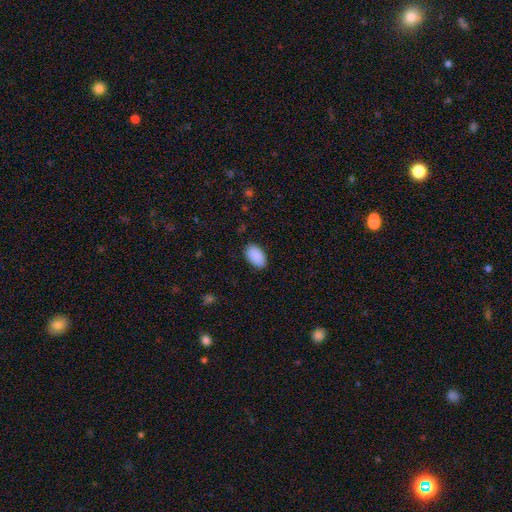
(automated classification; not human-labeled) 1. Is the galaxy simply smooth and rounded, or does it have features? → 91% smooth, 7% star or artifact, 3% featured or disk.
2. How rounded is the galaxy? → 94% in between, 5% round, 1% cigar-shaped.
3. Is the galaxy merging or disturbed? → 86% none, 11% minor disturbance, 2% major disturbance, 1% merger.